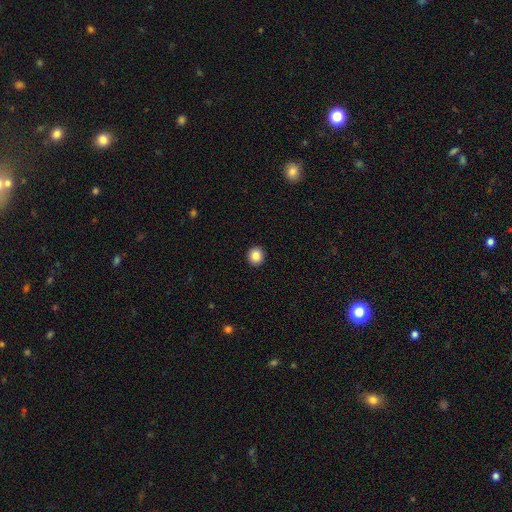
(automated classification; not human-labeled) smooth 86%, star or artifact 9%, featured or disk 5%. Down the decision tree: how rounded — round (87%); merging — none (93%).